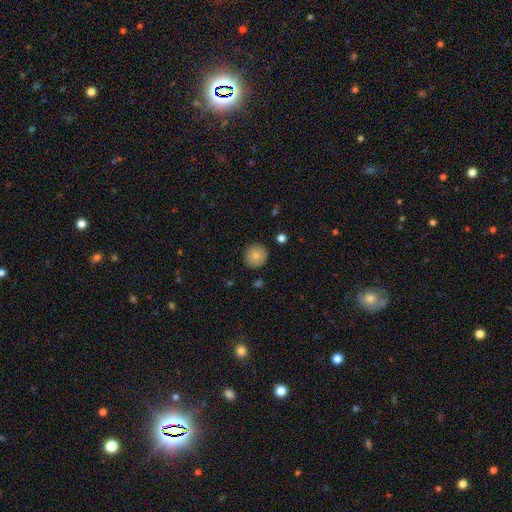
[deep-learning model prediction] The model was most divided on "smooth or featured": smooth: 81%, featured or disk: 11%, star or artifact: 8%. More confident: how rounded — round (95%); merging — none (90%).